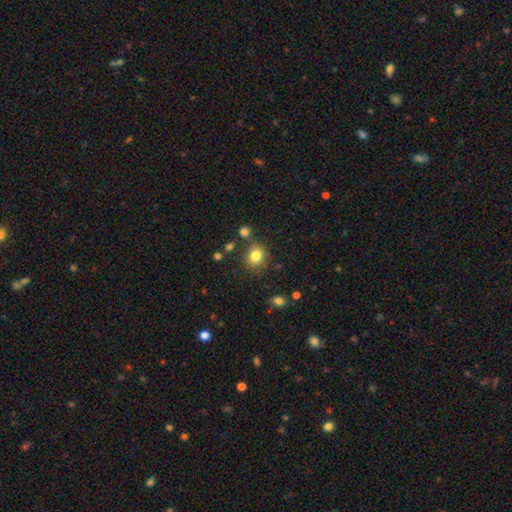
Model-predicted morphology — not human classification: A smooth galaxy with no disk features (81%) that is round (69%).

Vote fractions:
- Smooth or featured? smooth: 81% / star or artifact: 12% / featured or disk: 7%
- How rounded? round: 69% / in between: 30% / cigar-shaped: 1%
- Merging? none: 76% / minor disturbance: 13% / merger: 7% / major disturbance: 4%